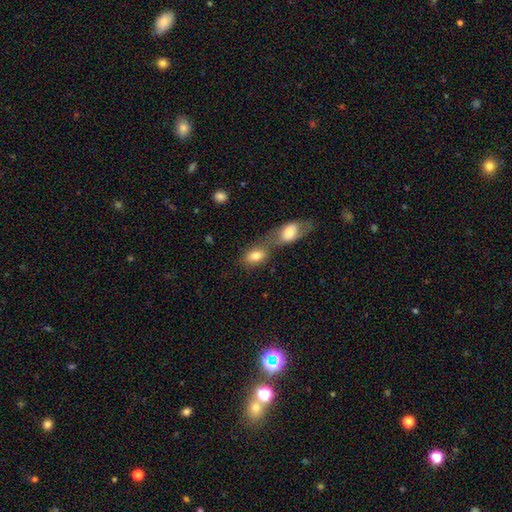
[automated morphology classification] Smooth or featured?
  - smooth: 80% *
  - featured or disk: 13%
  - star or artifact: 8%
How rounded?
  - in between: 86% *
  - round: 11%
  - cigar-shaped: 3%
Merging?
  - merger: 54% *
  - none: 33%
  - minor disturbance: 9%
  - major disturbance: 4%